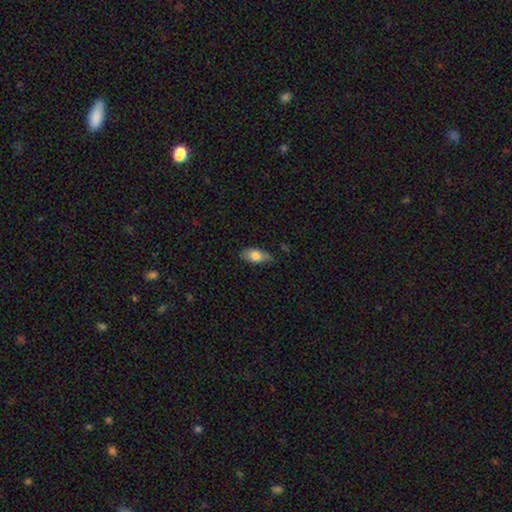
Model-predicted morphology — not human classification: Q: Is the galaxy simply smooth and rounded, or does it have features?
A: smooth — 76%.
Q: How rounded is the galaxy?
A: in between — 86%.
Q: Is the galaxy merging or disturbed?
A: none — 69%.